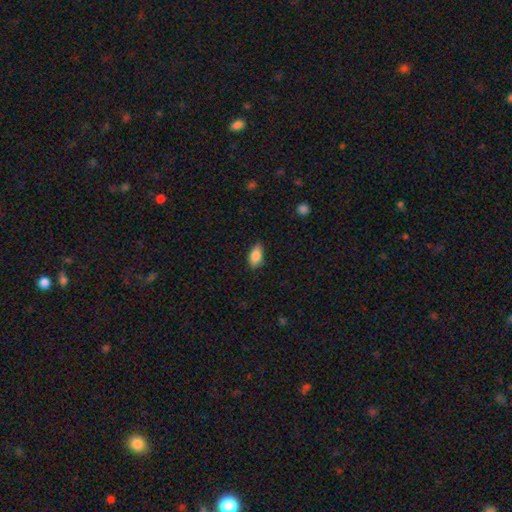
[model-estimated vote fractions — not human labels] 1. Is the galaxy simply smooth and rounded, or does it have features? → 86% smooth, 7% star or artifact, 7% featured or disk.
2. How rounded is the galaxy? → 91% in between, 5% cigar-shaped, 4% round.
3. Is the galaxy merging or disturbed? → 82% none, 15% minor disturbance, 3% major disturbance, 1% merger.